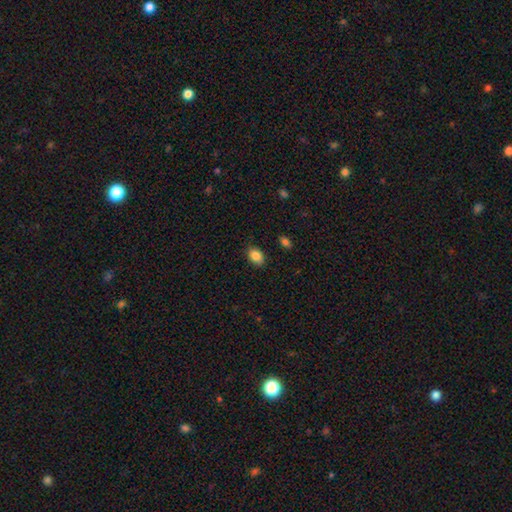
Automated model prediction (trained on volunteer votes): A smooth galaxy with no disk features (86%) that is in between round and cigar-shaped (80%). Merging: none (86%).